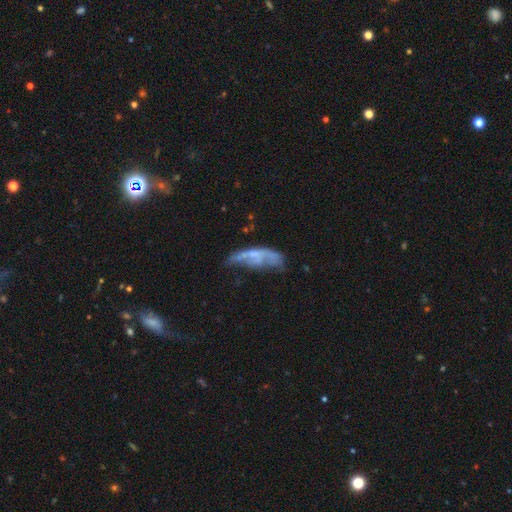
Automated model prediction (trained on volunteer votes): The model was most divided on "merging": major disturbance: 34%, none: 27%, minor disturbance: 23%, merger: 15%. More confident: edge-on disk — no (77%); smooth or featured — featured or disk (53%).